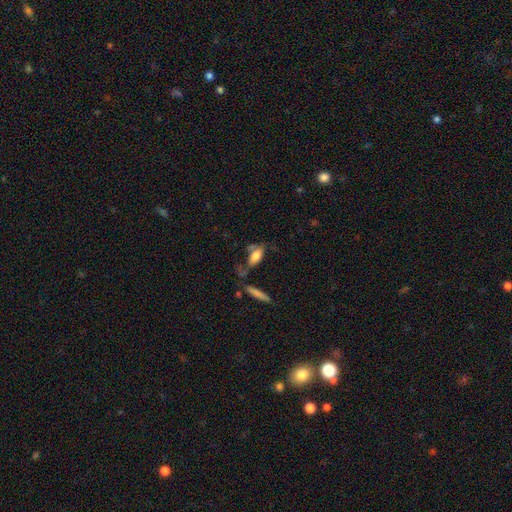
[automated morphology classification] Q: Smooth or featured?
A: smooth (69%); runner-up: featured or disk (23%)
Q: How rounded?
A: in between (77%); runner-up: cigar-shaped (19%)
Q: Merging?
A: none (43%); runner-up: minor disturbance (24%)